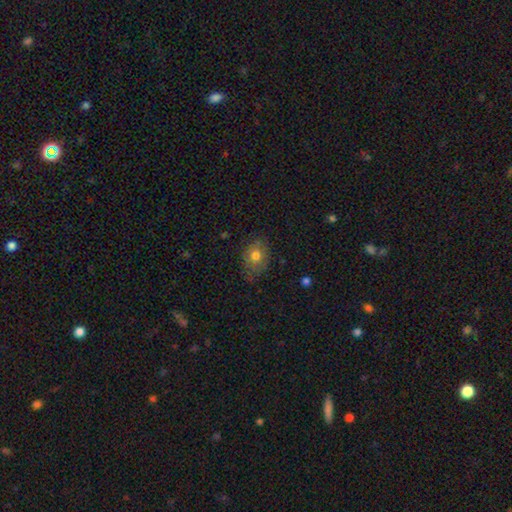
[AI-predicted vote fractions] Overall: smooth (75%). How rounded: in between (59%; round 39%). Merging: none (67%).